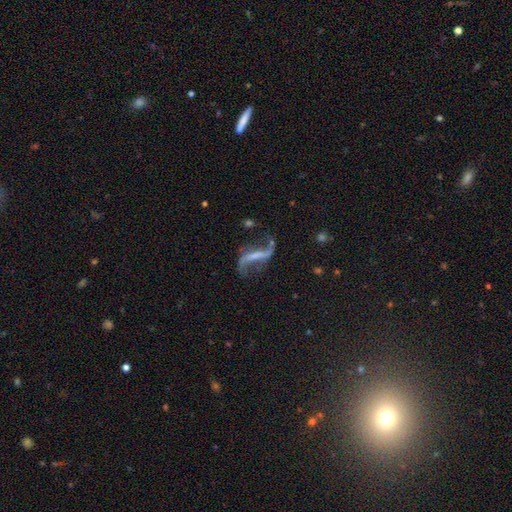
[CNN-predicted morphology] Smooth or featured?
  - featured or disk: 82% *
  - smooth: 10%
  - star or artifact: 8%
Edge-on disk?
  - no: 92% *
  - yes: 8%
Bar?
  - strong: 56% *
  - weak: 26%
  - no: 18%
Spiral arms?
  - yes: 89% *
  - no: 11%
Spiral winding?
  - loose: 91% *
  - medium: 7%
  - tight: 2%
Spiral arm count?
  - 2: 90% *
  - 1: 5%
  - can't tell: 2%
  - 3: 1%
  - 4: 1%
  - more than 4: 1%
Bulge size?
  - none: 64% *
  - small: 22%
  - moderate: 10%
  - large: 3%
  - dominant: 2%
Merging?
  - none: 59% *
  - major disturbance: 19%
  - minor disturbance: 17%
  - merger: 5%